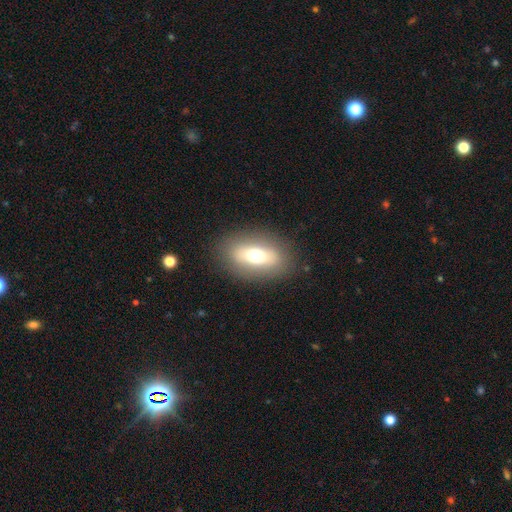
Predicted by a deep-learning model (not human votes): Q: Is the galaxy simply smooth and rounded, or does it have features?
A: smooth — 62%.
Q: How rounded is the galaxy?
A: in between — 83%.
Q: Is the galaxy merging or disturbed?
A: none — 85%.